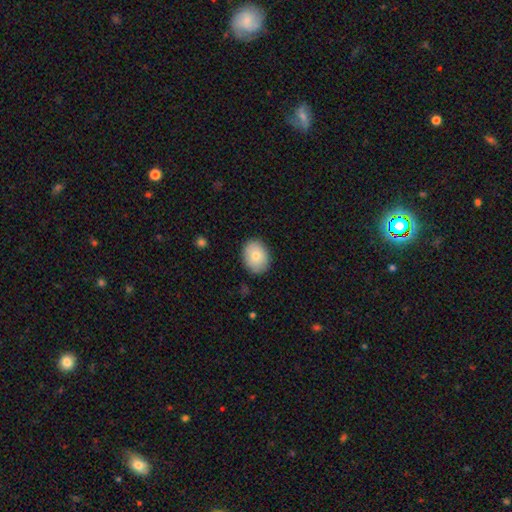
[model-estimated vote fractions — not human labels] smooth 78%, featured or disk 15%, star or artifact 7%. Down the decision tree: how rounded — in between (60%); merging — none (86%).